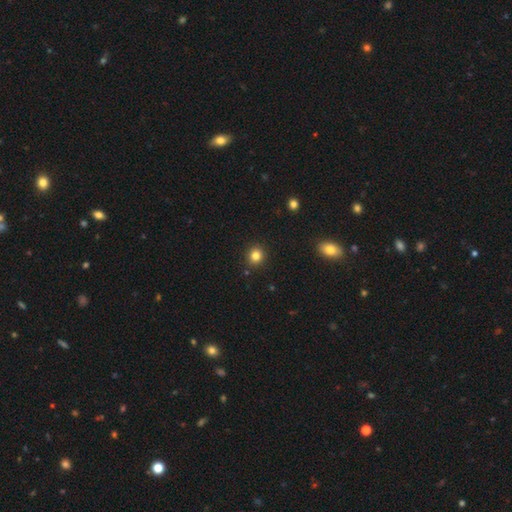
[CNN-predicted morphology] This appears to be a smooth galaxy with no disk features (82%) that is round (88%). Merging: none (91%).